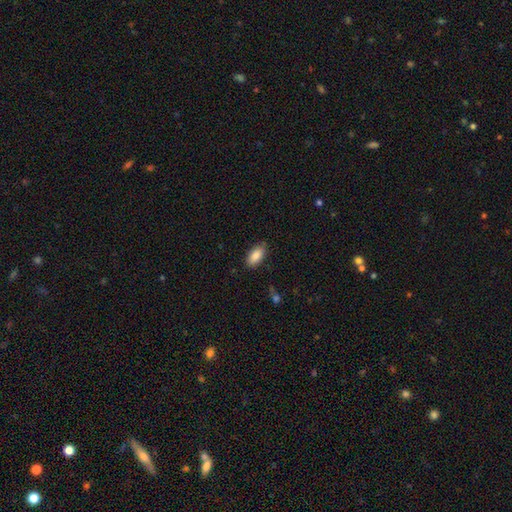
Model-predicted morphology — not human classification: A smooth galaxy with no disk features (86%) that is in between round and cigar-shaped (91%). Merging: none (83%).